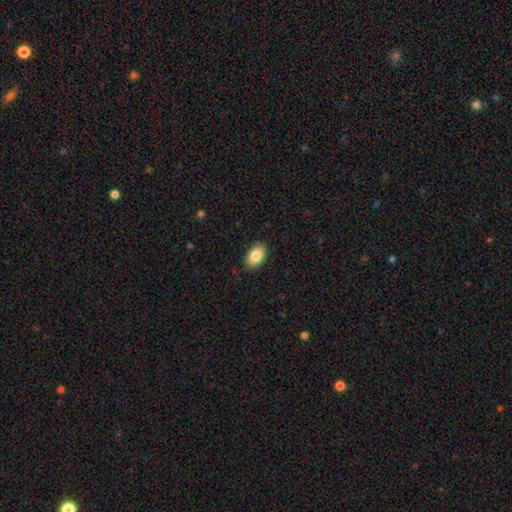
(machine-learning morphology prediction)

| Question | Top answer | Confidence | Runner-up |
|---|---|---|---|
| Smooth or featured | smooth | 86% | star or artifact (7%) |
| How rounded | in between | 92% | round (7%) |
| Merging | none | 88% | minor disturbance (10%) |